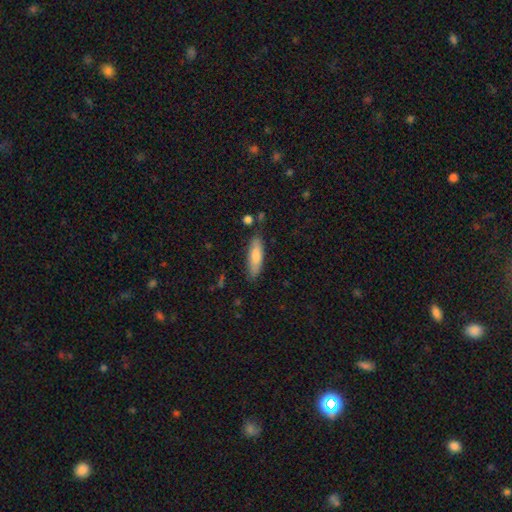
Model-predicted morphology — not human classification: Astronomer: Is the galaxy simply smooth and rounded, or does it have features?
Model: smooth — 78%.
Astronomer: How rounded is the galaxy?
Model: cigar-shaped — 55% (runner-up: in between, 43%).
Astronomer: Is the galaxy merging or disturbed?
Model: none — 80%.